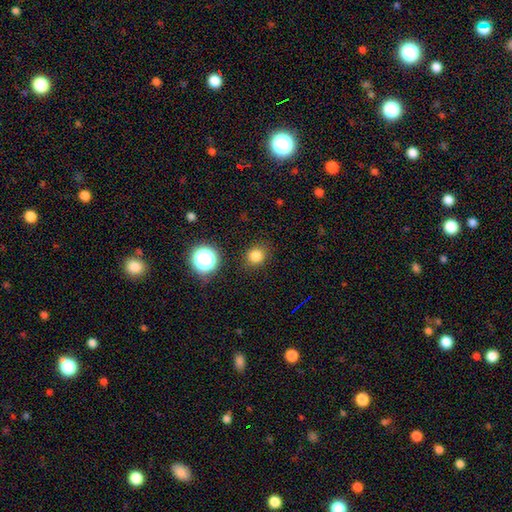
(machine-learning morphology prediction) A smooth galaxy with no disk features (80%) that is round (85%).

Vote fractions:
- Smooth or featured? smooth: 80% / star or artifact: 15% / featured or disk: 5%
- How rounded? round: 85% / in between: 14% / cigar-shaped: 1%
- Merging? none: 88% / minor disturbance: 8% / major disturbance: 3% / merger: 2%